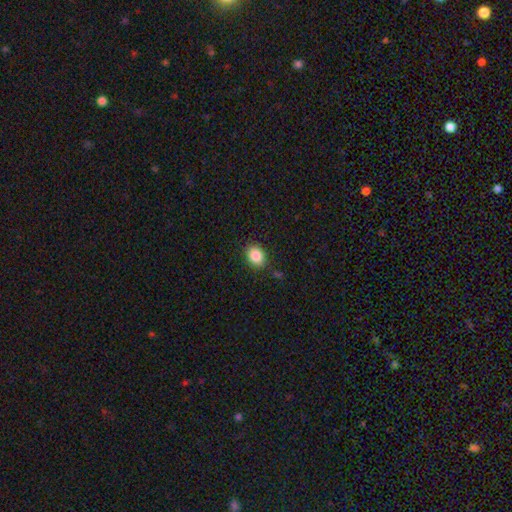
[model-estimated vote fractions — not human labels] Overall: smooth (86%). How rounded: in between (53%; round 46%). Merging: none (85%).